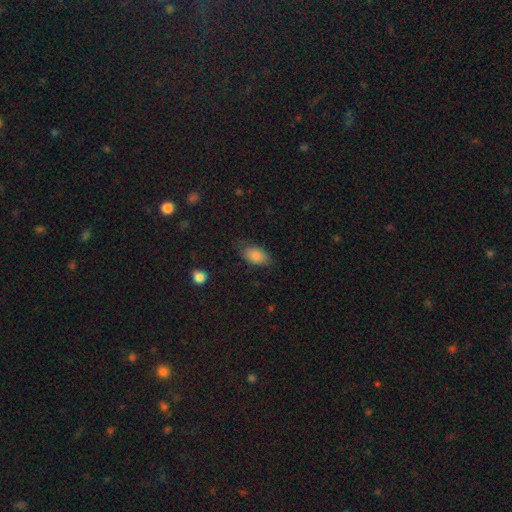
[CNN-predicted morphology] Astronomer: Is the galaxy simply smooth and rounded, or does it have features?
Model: smooth — 84%.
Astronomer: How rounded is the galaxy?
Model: in between — 90%.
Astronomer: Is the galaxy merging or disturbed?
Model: none — 71%.